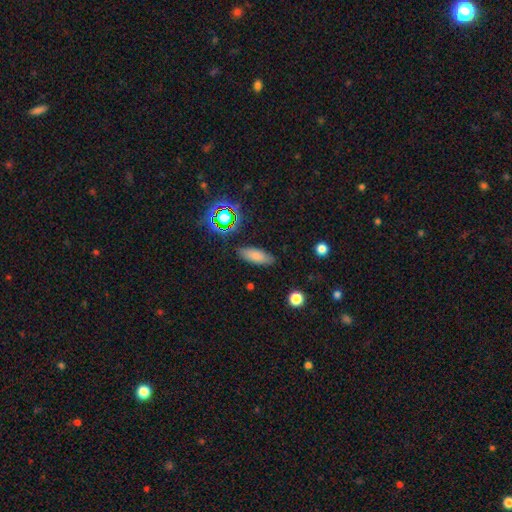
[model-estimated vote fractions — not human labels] The model was most divided on "how rounded": in between: 73%, cigar-shaped: 24%, round: 3%. More confident: merging — none (84%); smooth or featured — smooth (77%).